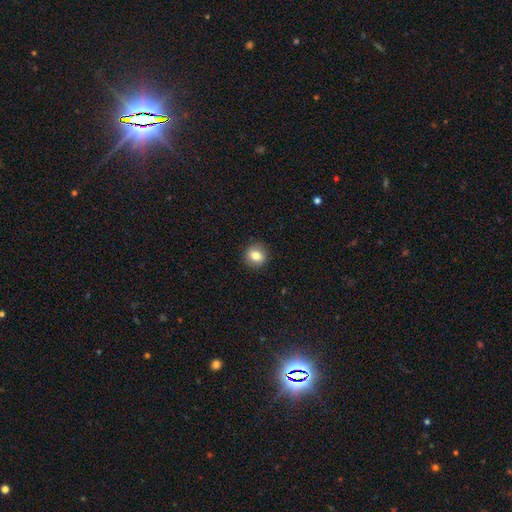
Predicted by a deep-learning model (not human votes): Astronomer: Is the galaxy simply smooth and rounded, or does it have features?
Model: smooth — 80%.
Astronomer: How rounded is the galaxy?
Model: round — 82%.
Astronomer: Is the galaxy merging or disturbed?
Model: none — 90%.